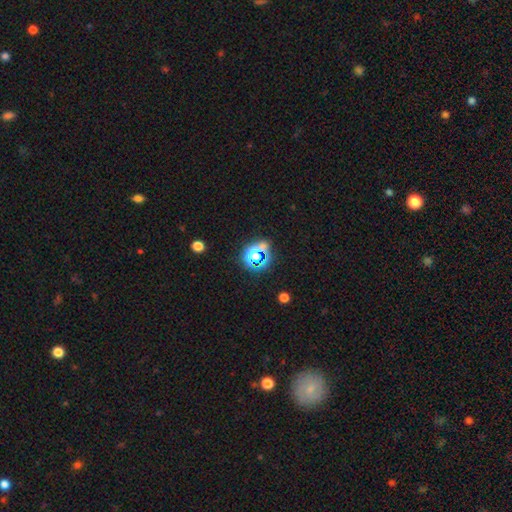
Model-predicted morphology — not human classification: Smooth or featured: star or artifact — 53% (smooth — 37%)